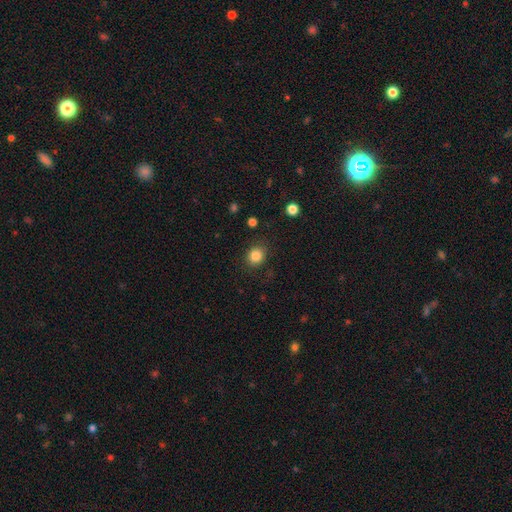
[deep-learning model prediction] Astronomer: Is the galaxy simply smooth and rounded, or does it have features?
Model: smooth — 85%.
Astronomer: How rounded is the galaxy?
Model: round — 74%.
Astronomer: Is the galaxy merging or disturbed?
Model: none — 85%.